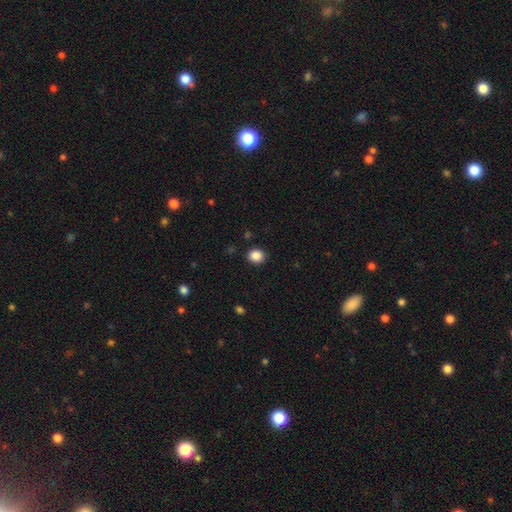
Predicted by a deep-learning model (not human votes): smooth 87%, star or artifact 9%, featured or disk 3%. Down the decision tree: how rounded — round (70%); merging — none (89%).